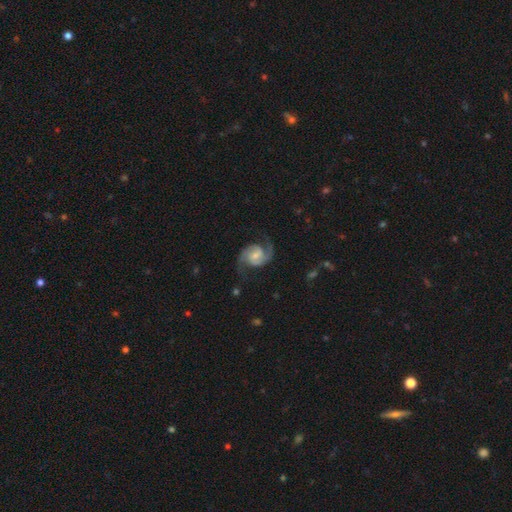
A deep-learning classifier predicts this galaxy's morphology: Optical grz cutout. It shows a featured or disk galaxy (90%) with no bar (48%), 2 (94%) medium (55%) spiral arms (98%) and a small central bulge (49%). Merging: none (77%).